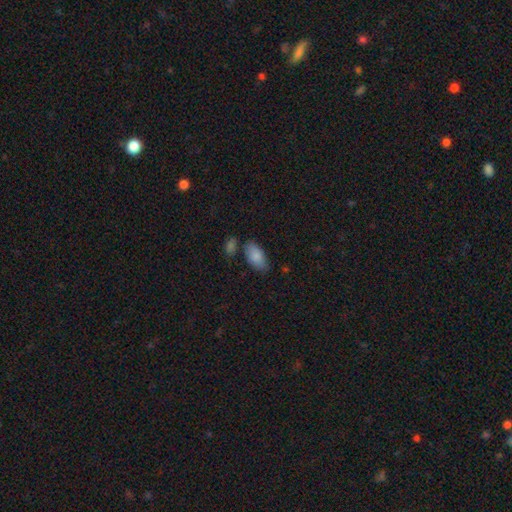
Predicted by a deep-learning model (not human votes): smooth_or_featured: smooth (p=0.86) [alt: featured or disk p=0.07]
how_rounded: in between (p=0.93) [alt: cigar-shaped p=0.05]
merging: none (p=0.70) [alt: minor disturbance p=0.16]